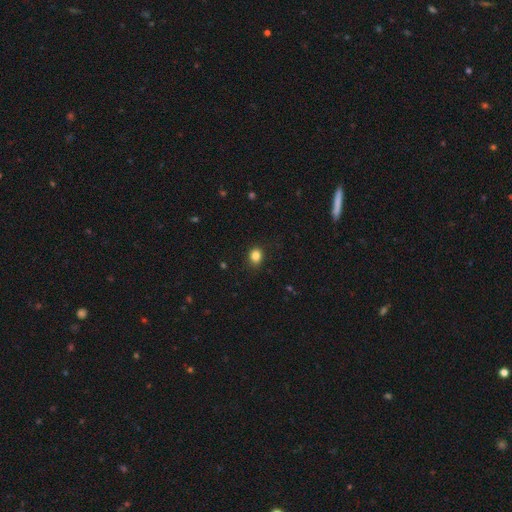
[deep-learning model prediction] This is clearly a smooth galaxy (84%). How rounded: possibly round (53%). Merging: clearly none (86%).